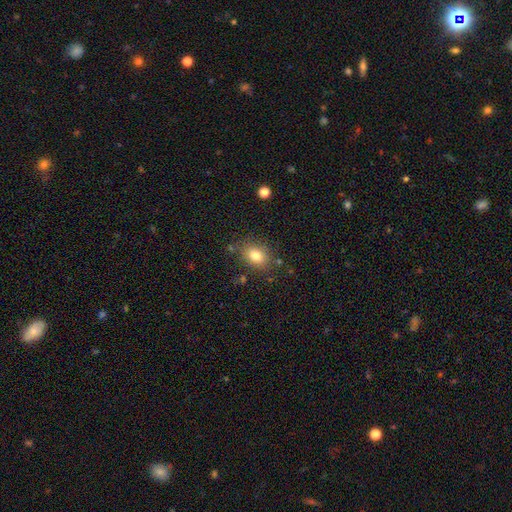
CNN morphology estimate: smooth 80%, star or artifact 11%, featured or disk 9%. Down the decision tree: how rounded — in between (66%); merging — none (79%).